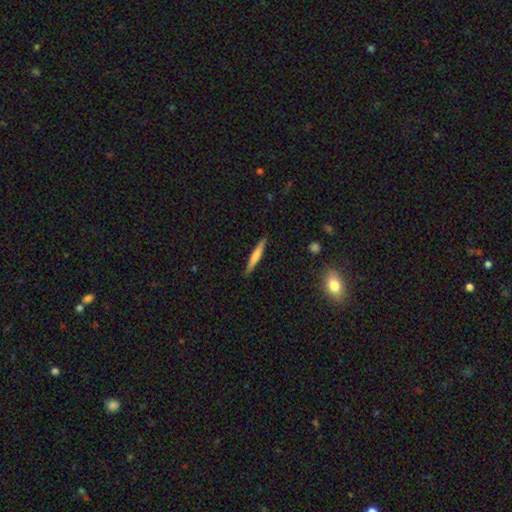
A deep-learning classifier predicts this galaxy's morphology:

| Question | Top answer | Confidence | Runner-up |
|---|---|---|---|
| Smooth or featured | smooth | 65% | featured or disk (29%) |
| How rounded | cigar-shaped | 94% | in between (5%) |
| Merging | none | 89% | minor disturbance (8%) |